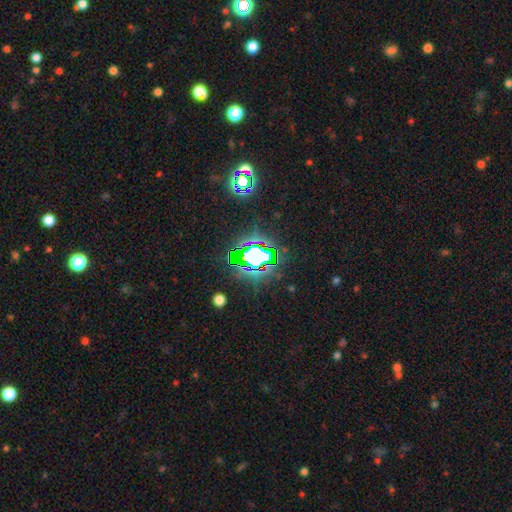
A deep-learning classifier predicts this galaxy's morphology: A star or artifact, not a galaxy (70%).

Vote fractions:
- Smooth or featured? star or artifact: 70% / smooth: 18% / featured or disk: 12%